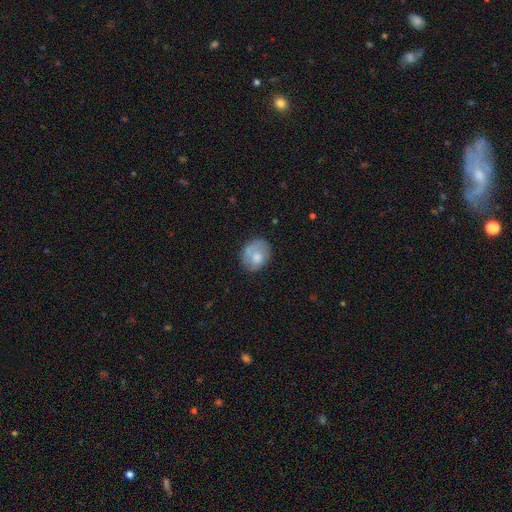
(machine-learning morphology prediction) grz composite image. It shows a smooth galaxy with no disk features (67%) that is in between round and cigar-shaped (50%). Merging: none (61%).